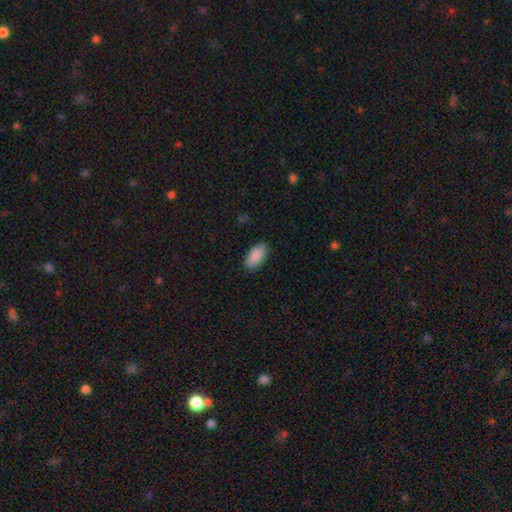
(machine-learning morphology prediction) smooth_or_featured: smooth (p=0.90) [alt: star or artifact p=0.06]
how_rounded: in between (p=0.94) [alt: cigar-shaped p=0.04]
merging: none (p=0.87) [alt: minor disturbance p=0.10]